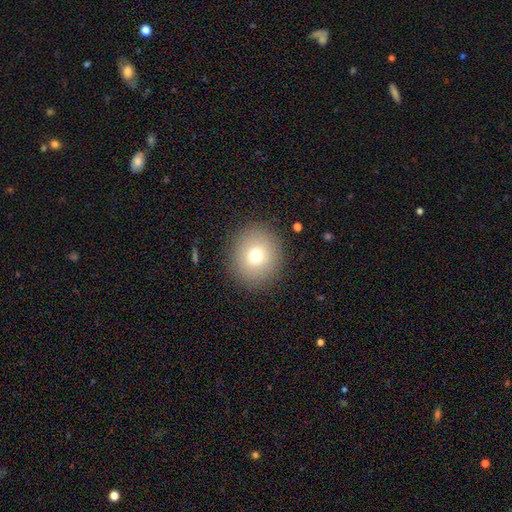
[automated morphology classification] type=smooth (74%); roundness=round (85%); merging=none (89%).